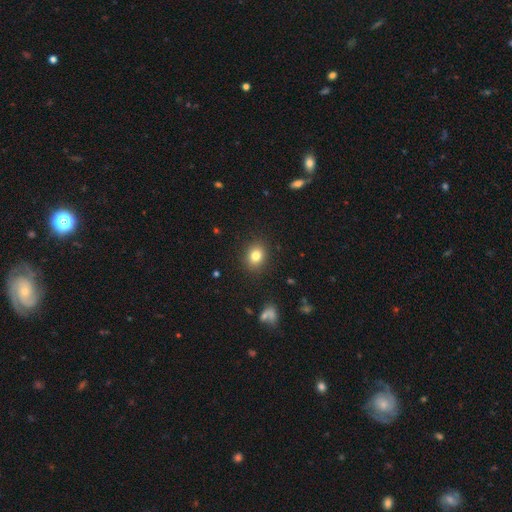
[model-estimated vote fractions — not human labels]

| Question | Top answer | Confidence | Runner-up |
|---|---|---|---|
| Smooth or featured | smooth | 81% | star or artifact (12%) |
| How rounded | round | 59% | in between (40%) |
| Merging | none | 89% | minor disturbance (8%) |